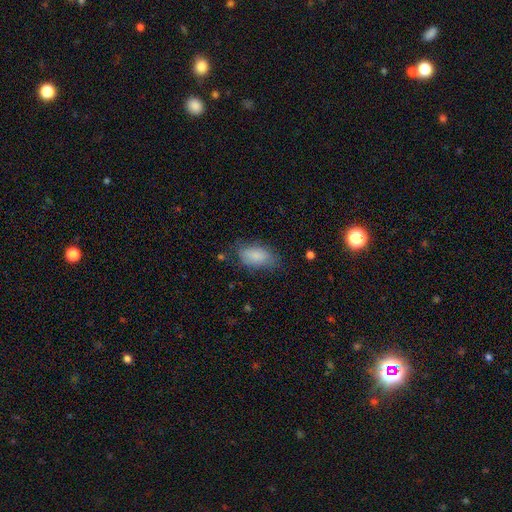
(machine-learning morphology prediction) smooth_or_featured: smooth (p=0.84) [alt: featured or disk p=0.10]
how_rounded: in between (p=0.92) [alt: round p=0.05]
merging: none (p=0.66) [alt: minor disturbance p=0.25]